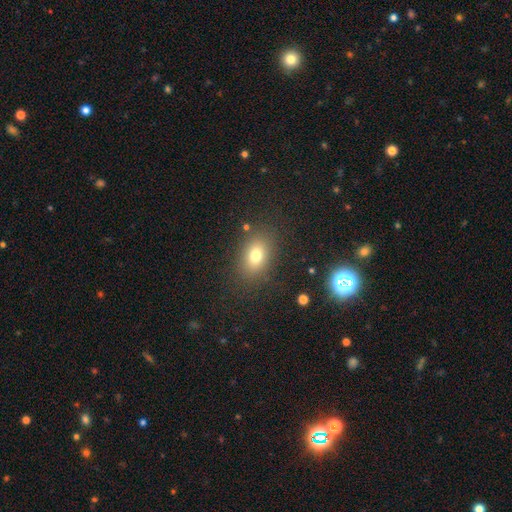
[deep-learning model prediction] Overall: smooth (76%). How rounded: in between (74%). Merging: none (83%).